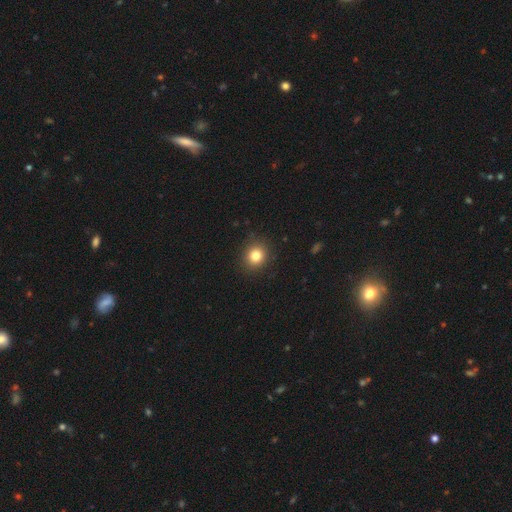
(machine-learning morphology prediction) smooth 81%, star or artifact 12%, featured or disk 7%. Down the decision tree: how rounded — round (80%); merging — none (89%).